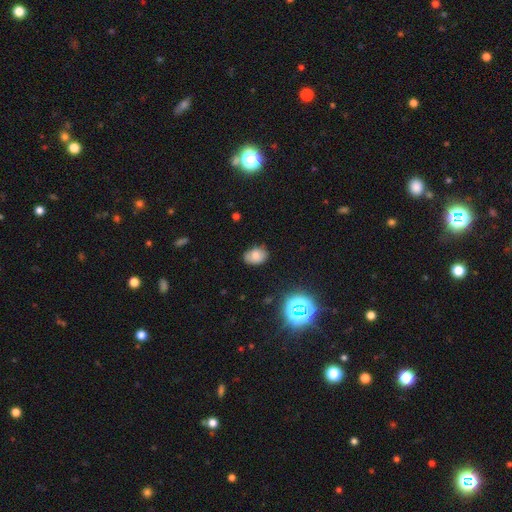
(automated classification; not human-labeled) smooth-or-featured: smooth: 74% | star or artifact: 14% | featured or disk: 12%
  how-rounded: in between: 75% | round: 24% | cigar-shaped: 1%
  merging: none: 77% | minor disturbance: 18% | major disturbance: 3% | merger: 1%